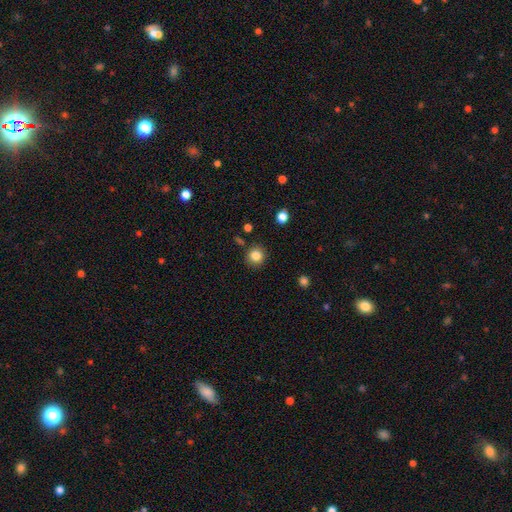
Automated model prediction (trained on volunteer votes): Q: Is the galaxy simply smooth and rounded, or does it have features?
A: smooth — 84%.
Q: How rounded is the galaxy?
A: round — 91%.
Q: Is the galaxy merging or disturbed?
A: none — 87%.